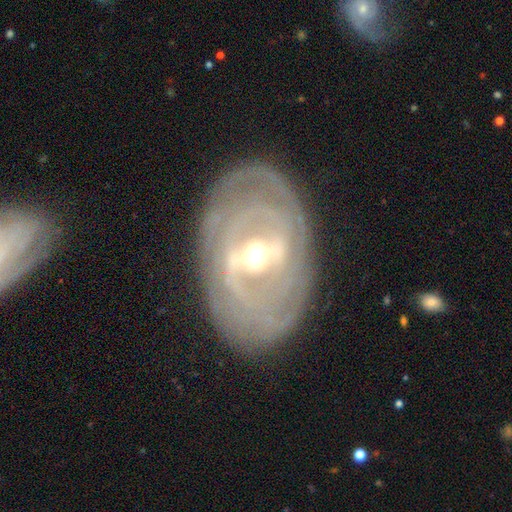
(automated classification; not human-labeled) smooth-or-featured: featured or disk: 84% | smooth: 11% | star or artifact: 5%
  disk-edge-on: no: 92% | yes: 8%
    bar: strong: 47% | weak: 35% | no: 18%
    has-spiral-arms: yes: 75% | no: 25%
      spiral-winding: tight: 73% | medium: 19% | loose: 8%
      spiral-arm-count: can't tell: 46% | 2: 30% | 3: 9% | 4: 6% | 1: 5% | more than 4: 5%
    bulge-size: moderate: 60% | small: 34% | large: 4% | dominant: 1% | none: 1%
  merging: none: 79% | minor disturbance: 14% | major disturbance: 5% | merger: 1%